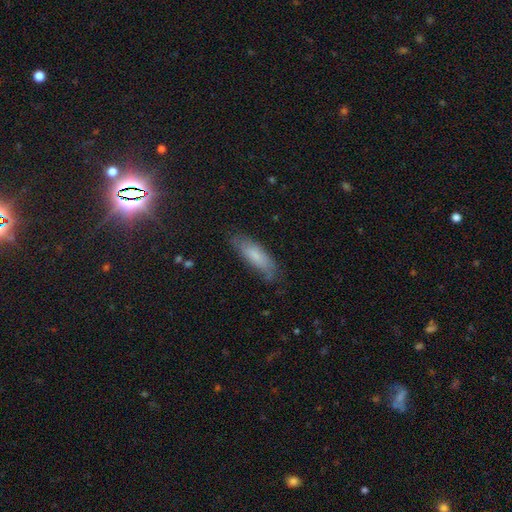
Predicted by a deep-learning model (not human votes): Smooth or featured: smooth — 68% (featured or disk — 25%)
How rounded: in between — 55% (cigar-shaped — 43%)
Merging: none — 69% (minor disturbance — 23%)